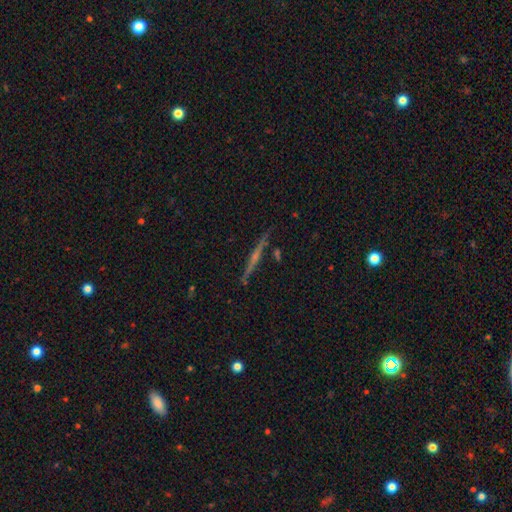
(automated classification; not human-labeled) Morphology: type=featured or disk (76%); edge-on=yes (98%); edge-on bulge=rounded (66%); merging=none (88%).